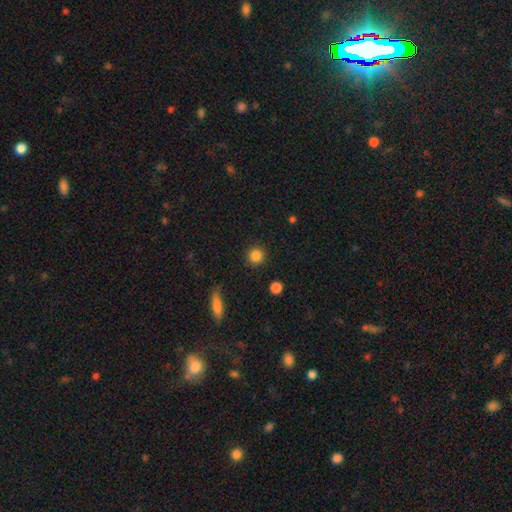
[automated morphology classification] Smooth or featured?
  - smooth: 86% *
  - star or artifact: 10%
  - featured or disk: 4%
How rounded?
  - round: 93% *
  - in between: 6%
  - cigar-shaped: 1%
Merging?
  - none: 90% *
  - minor disturbance: 6%
  - major disturbance: 2%
  - merger: 2%